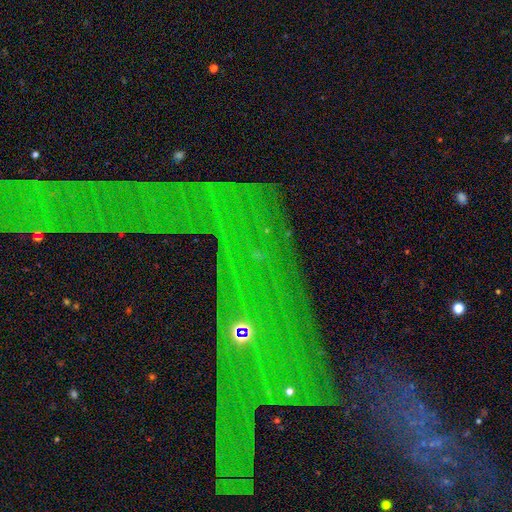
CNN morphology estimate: Smooth or featured: star or artifact — 69% (featured or disk — 19%)